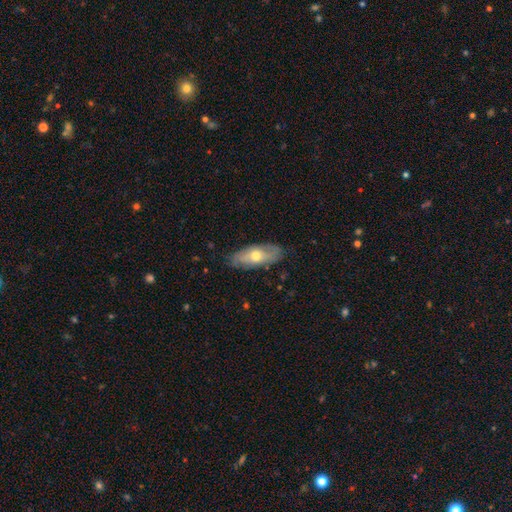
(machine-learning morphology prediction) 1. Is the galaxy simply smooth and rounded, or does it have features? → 47% featured or disk, 46% smooth, 7% star or artifact.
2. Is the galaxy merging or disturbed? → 81% none, 15% minor disturbance, 3% major disturbance, 1% merger.